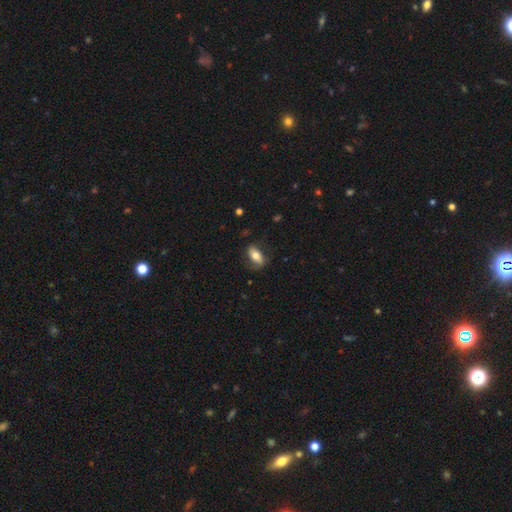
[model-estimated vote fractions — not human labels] A smooth galaxy with no disk features (55%) that is in between round and cigar-shaped (83%).

Vote fractions:
- Smooth or featured? smooth: 55% / featured or disk: 38% / star or artifact: 7%
- How rounded? in between: 83% / cigar-shaped: 12% / round: 5%
- Merging? none: 68% / minor disturbance: 20% / major disturbance: 10% / merger: 1%